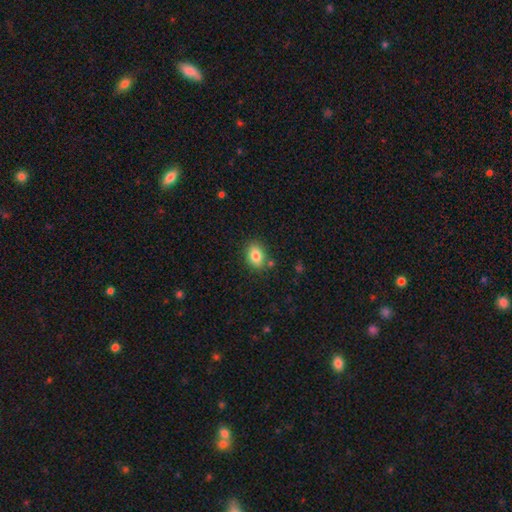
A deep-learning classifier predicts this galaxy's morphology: Q: Smooth or featured?
A: smooth (83%); runner-up: star or artifact (9%)
Q: How rounded?
A: in between (70%); runner-up: round (29%)
Q: Merging?
A: none (80%); runner-up: minor disturbance (12%)